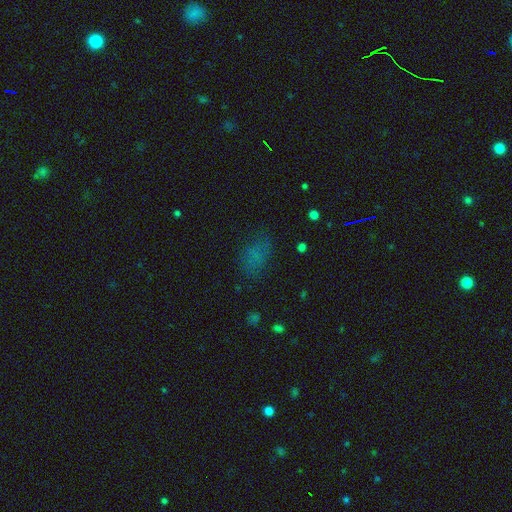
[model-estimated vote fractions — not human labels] Smooth or featured: smooth — 66% (star or artifact — 22%)
How rounded: in between — 86% (round — 10%)
Merging: none — 64% (minor disturbance — 22%)